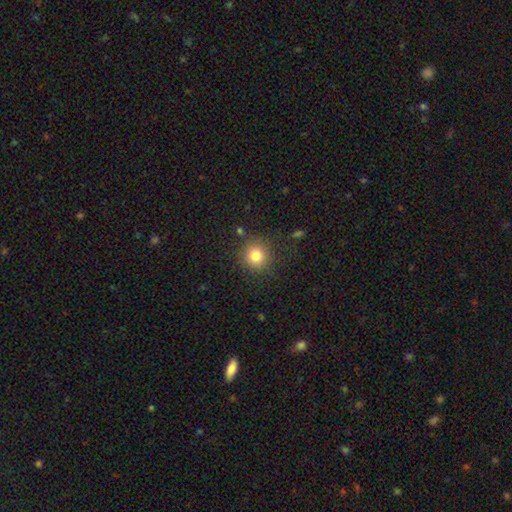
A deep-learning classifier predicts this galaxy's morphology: Overall: smooth (81%). How rounded: round (91%). Merging: none (85%).